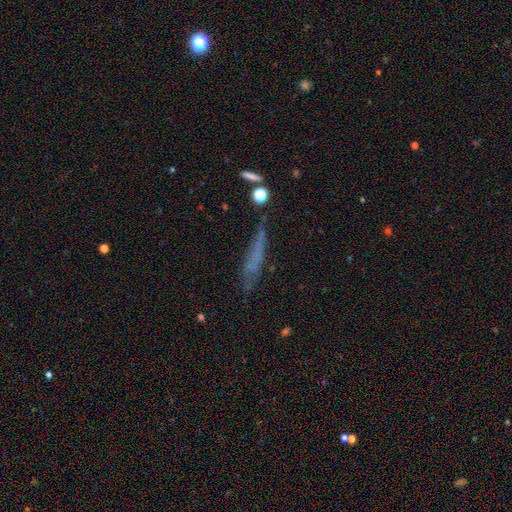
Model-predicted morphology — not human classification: This appears to be a smooth galaxy with no disk features (45%). Merging: none (61%).